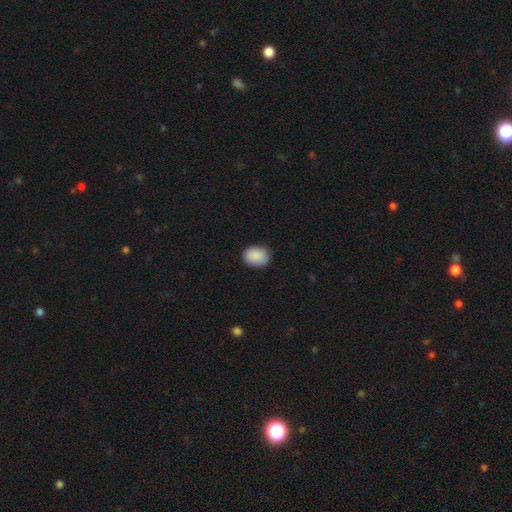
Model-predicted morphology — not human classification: smooth_or_featured: smooth (p=0.89) [alt: star or artifact p=0.07]
how_rounded: in between (p=0.56) [alt: round p=0.43]
merging: none (p=0.85) [alt: minor disturbance p=0.12]